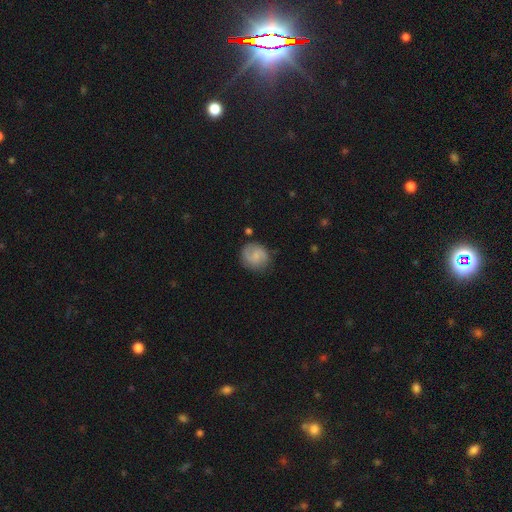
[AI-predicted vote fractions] smooth 47%, featured or disk 46%, star or artifact 8%. Down the decision tree: merging — none (78%).